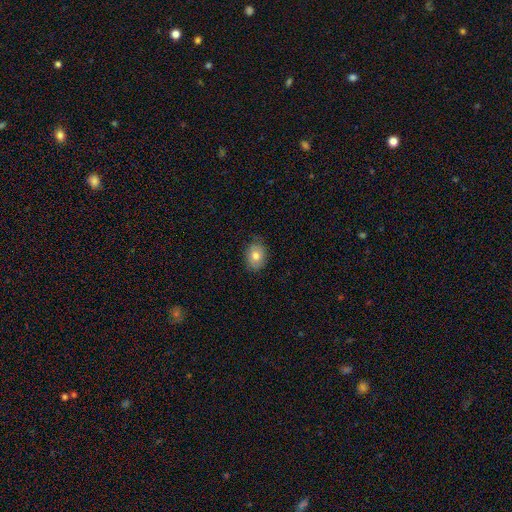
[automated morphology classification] smooth 78%, featured or disk 14%, star or artifact 9%. Down the decision tree: how rounded — in between (65%); merging — none (84%).